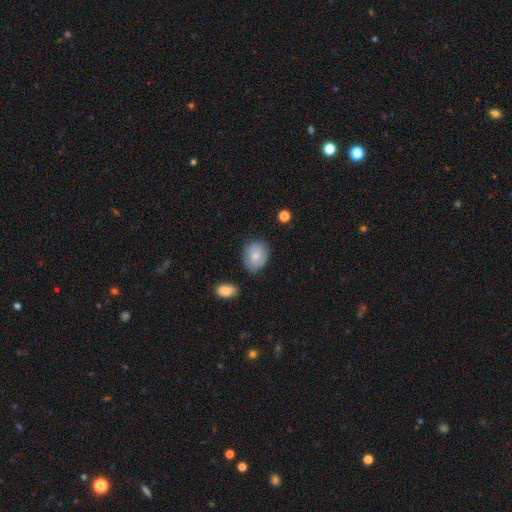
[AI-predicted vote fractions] The model was most divided on "how rounded": in between: 51%, round: 48%, cigar-shaped: 1%. More confident: merging — none (73%); smooth or featured — smooth (56%).